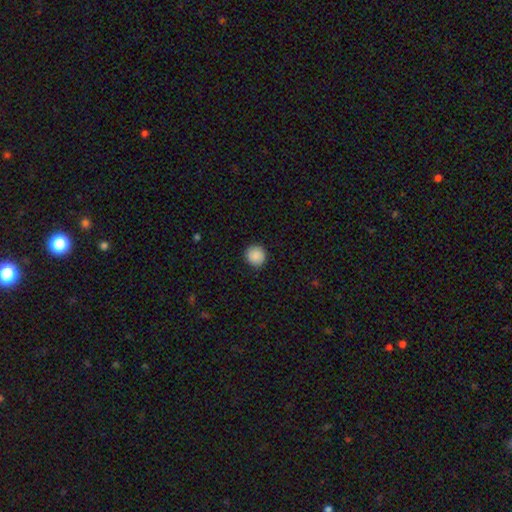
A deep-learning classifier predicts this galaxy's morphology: This is clearly a smooth galaxy (88%). How rounded: clearly round (94%). Merging: clearly none (90%).